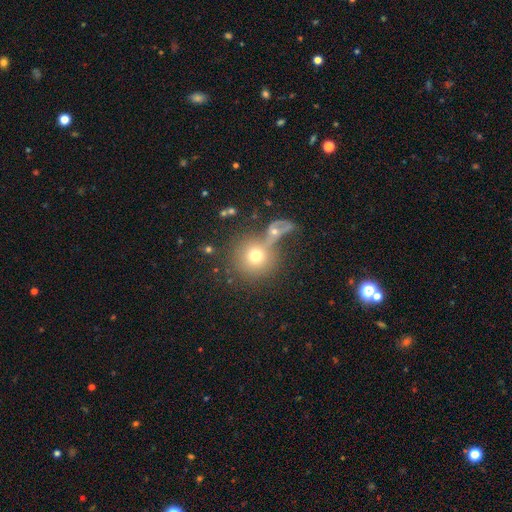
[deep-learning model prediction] Smooth or featured?
  - smooth: 70% *
  - featured or disk: 19%
  - star or artifact: 11%
How rounded?
  - round: 89% *
  - in between: 10%
  - cigar-shaped: 1%
Merging?
  - none: 44% *
  - merger: 37%
  - minor disturbance: 11%
  - major disturbance: 9%